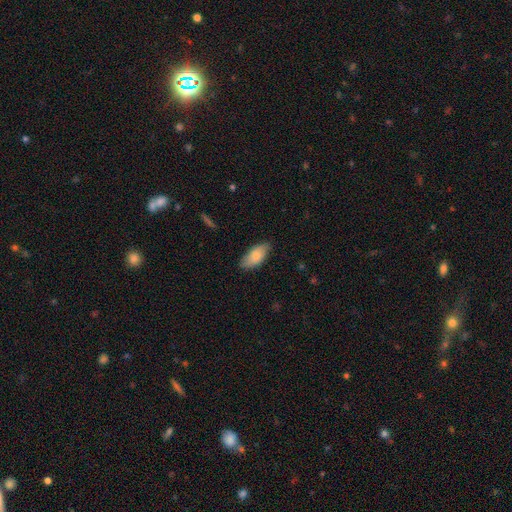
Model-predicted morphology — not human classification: A smooth galaxy with no disk features (82%) that is in between round and cigar-shaped (91%). Merging: none (80%).